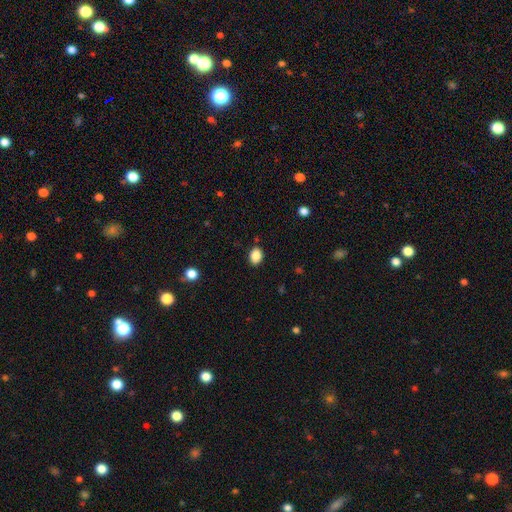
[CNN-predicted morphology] smooth 87%, star or artifact 9%, featured or disk 4%. Down the decision tree: how rounded — in between (64%); merging — none (85%).